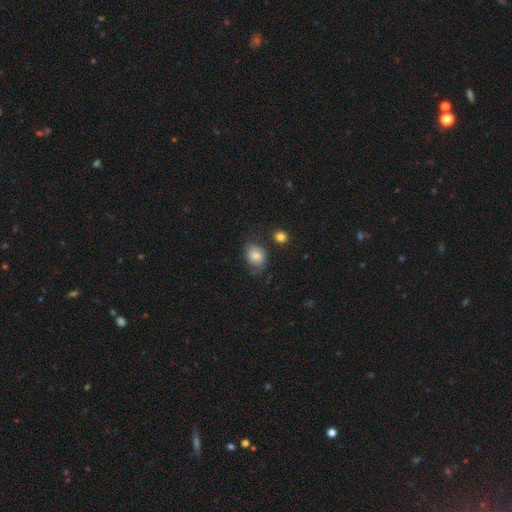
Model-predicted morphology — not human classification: smooth 74%, featured or disk 17%, star or artifact 9%. Down the decision tree: how rounded — in between (54%); merging — none (58%).